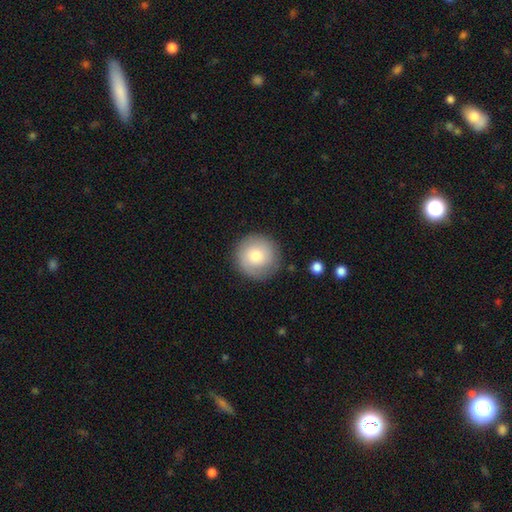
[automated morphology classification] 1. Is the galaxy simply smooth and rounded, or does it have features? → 74% smooth, 18% featured or disk, 8% star or artifact.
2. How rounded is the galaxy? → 95% round, 4% in between, 1% cigar-shaped.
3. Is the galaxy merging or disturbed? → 86% none, 10% minor disturbance, 3% major disturbance, 2% merger.